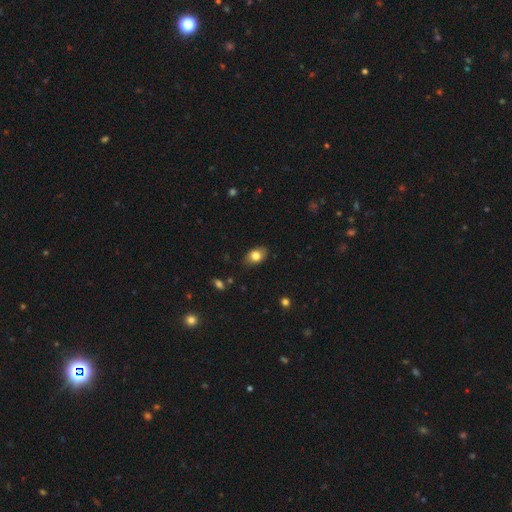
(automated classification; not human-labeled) A smooth galaxy with no disk features (80%) that is in between round and cigar-shaped (79%). Merging: none (83%).